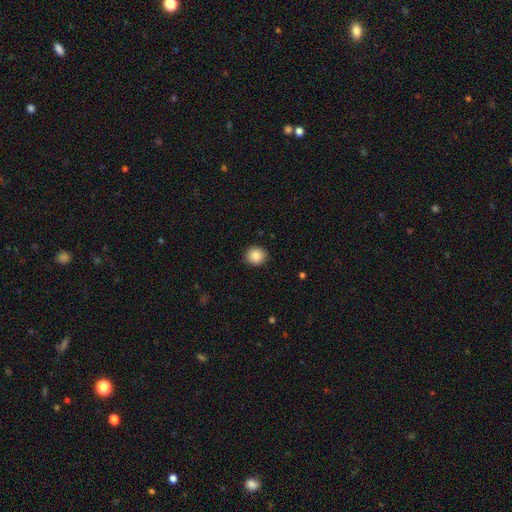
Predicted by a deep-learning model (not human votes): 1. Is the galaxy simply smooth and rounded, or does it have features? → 87% smooth, 9% star or artifact, 4% featured or disk.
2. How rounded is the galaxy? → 86% round, 13% in between, 1% cigar-shaped.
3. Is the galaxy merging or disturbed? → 90% none, 7% minor disturbance, 2% major disturbance, 1% merger.